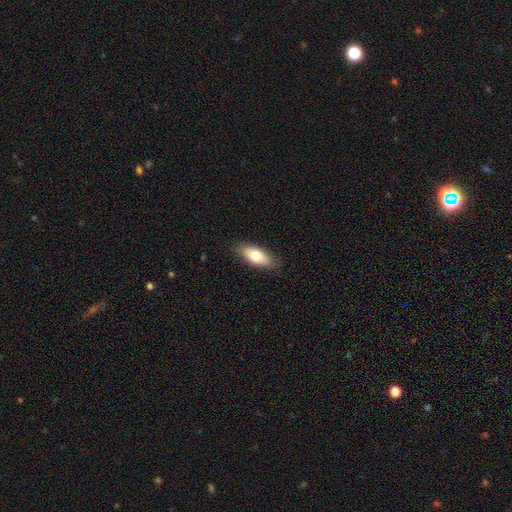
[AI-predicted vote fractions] Q: Smooth or featured?
A: smooth (74%); runner-up: featured or disk (20%)
Q: How rounded?
A: in between (83%); runner-up: cigar-shaped (15%)
Q: Merging?
A: none (86%); runner-up: minor disturbance (11%)